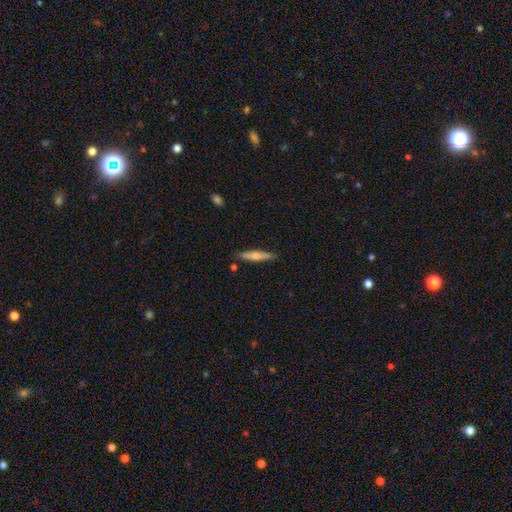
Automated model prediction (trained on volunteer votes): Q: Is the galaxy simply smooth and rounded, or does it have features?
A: smooth — 61%.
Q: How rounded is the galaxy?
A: cigar-shaped — 88%.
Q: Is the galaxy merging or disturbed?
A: none — 83%.